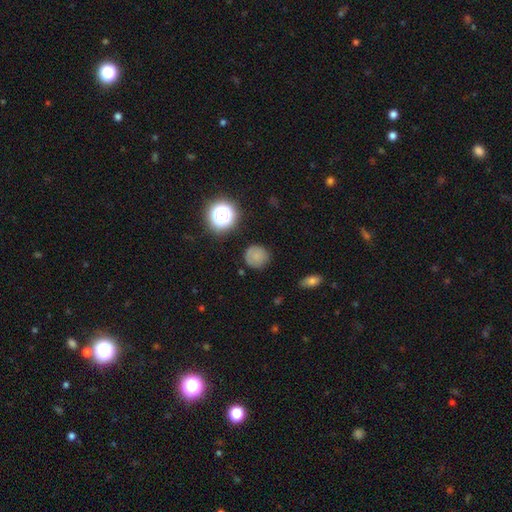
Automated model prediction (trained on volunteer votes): smooth 76%, star or artifact 14%, featured or disk 10%. Down the decision tree: how rounded — round (92%); merging — none (80%).